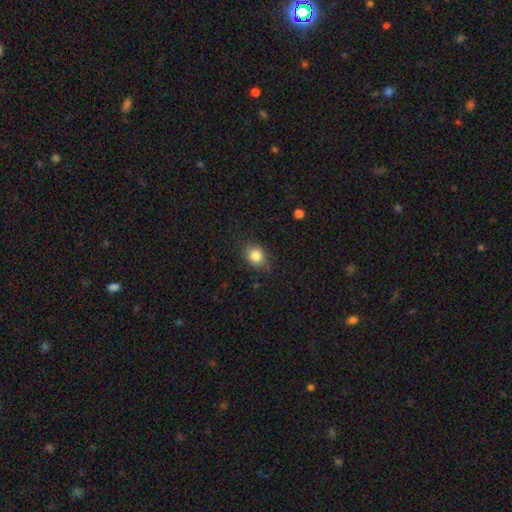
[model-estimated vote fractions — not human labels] This appears to be a smooth galaxy with no disk features (83%) that is round (56%). Merging: none (78%).